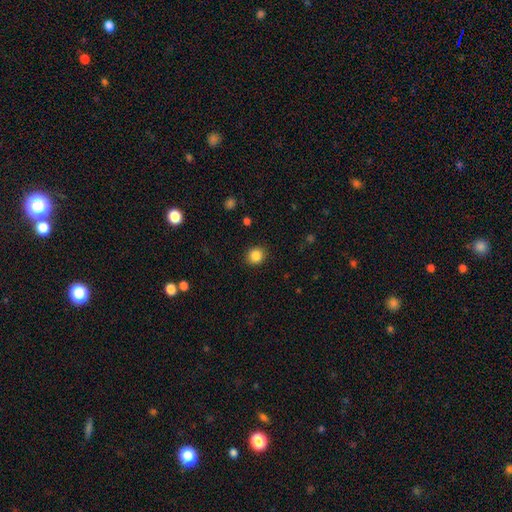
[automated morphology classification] Overall: smooth (85%). How rounded: round (85%). Merging: none (91%).